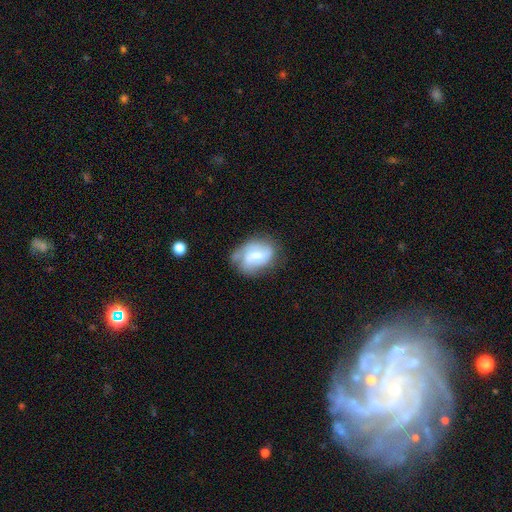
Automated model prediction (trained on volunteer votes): Smooth or featured: featured or disk — 53% (smooth — 39%)
Edge-on disk: no — 96% (yes — 4%)
Bar: weak — 48% (no — 34%)
Spiral arms: yes — 77% (no — 23%)
Bulge size: moderate — 50% (small — 39%)
Merging: none — 52% (minor disturbance — 31%)